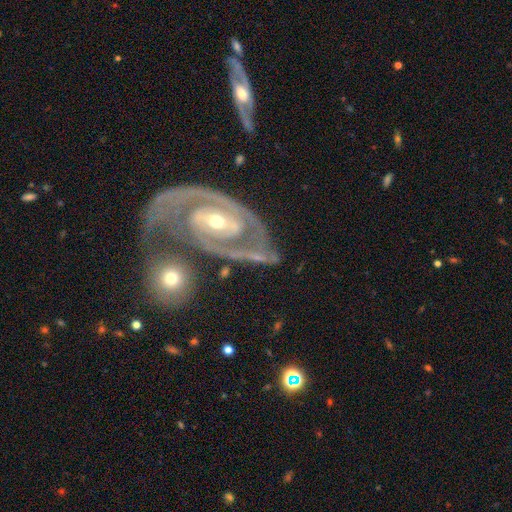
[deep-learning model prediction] A featured or disk galaxy (85%) with no bar (39%), 2 (76%) tight (50%) spiral arms (87%) and a moderate central bulge (60%). Merging: none (53%).